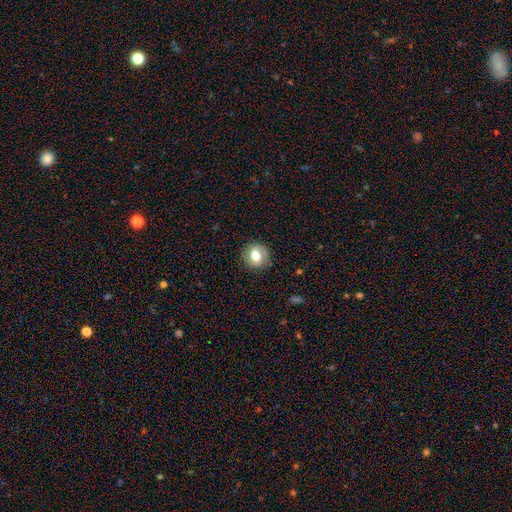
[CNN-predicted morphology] A smooth galaxy with no disk features (64%) that is round (79%). Merging: none (85%).